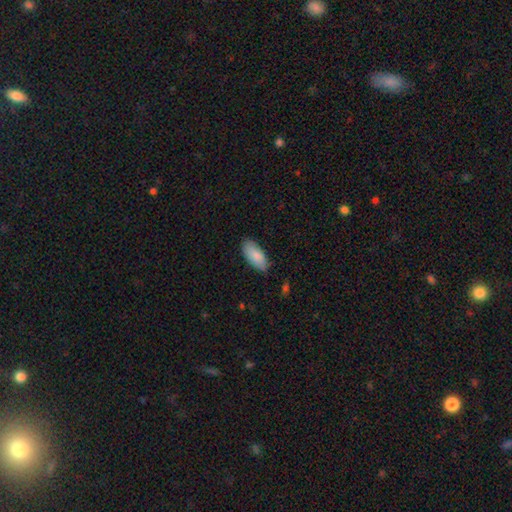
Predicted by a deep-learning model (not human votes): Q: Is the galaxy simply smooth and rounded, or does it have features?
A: smooth — 86%.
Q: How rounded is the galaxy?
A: in between — 89%.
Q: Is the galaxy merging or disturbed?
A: none — 80%.